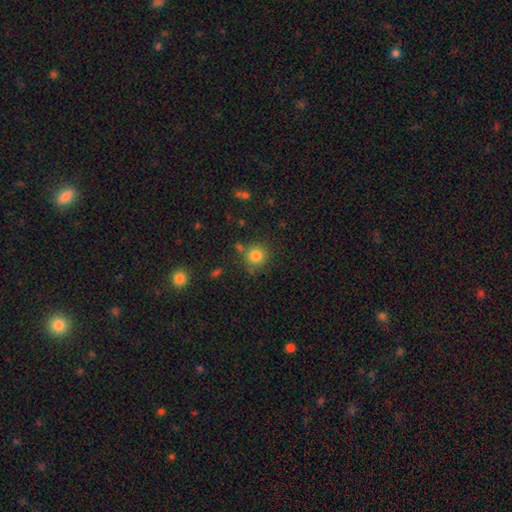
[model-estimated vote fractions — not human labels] Smooth or featured?
  - smooth: 82% *
  - star or artifact: 12%
  - featured or disk: 6%
How rounded?
  - round: 91% *
  - in between: 8%
  - cigar-shaped: 1%
Merging?
  - none: 77% *
  - minor disturbance: 12%
  - merger: 7%
  - major disturbance: 4%